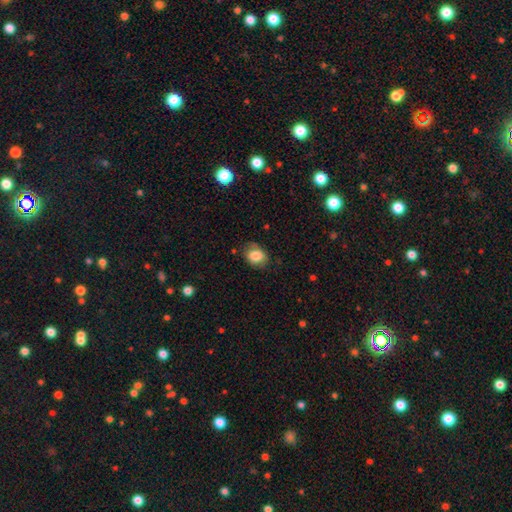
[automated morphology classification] smooth 82%, featured or disk 10%, star or artifact 8%. Down the decision tree: how rounded — in between (65%); merging — none (68%).